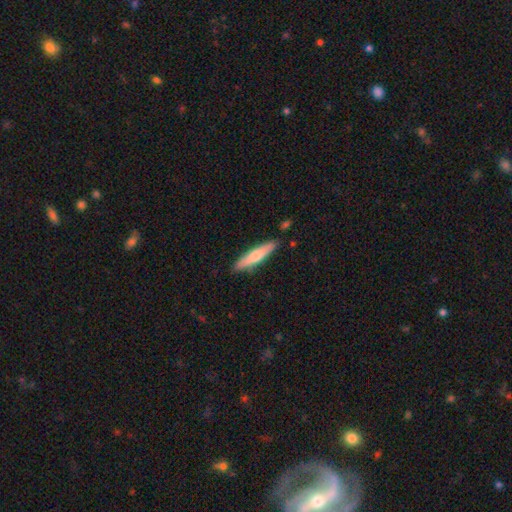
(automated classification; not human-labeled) Smooth or featured? smooth (64%)
How rounded? cigar-shaped (86%)
Merging? none (86%)